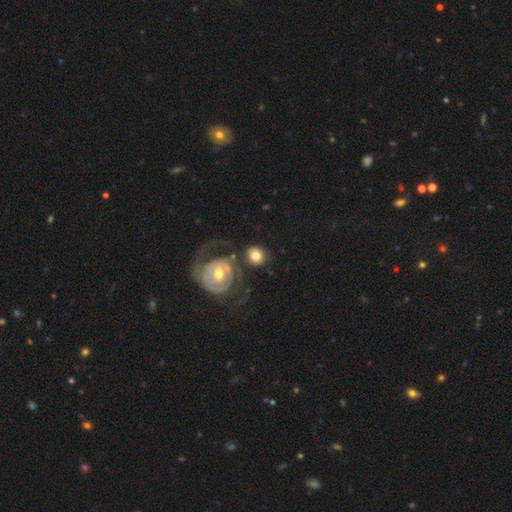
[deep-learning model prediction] Smooth or featured? Predicted: smooth (p=0.67). How rounded? Predicted: round (p=0.76). Merging? Predicted: none (p=0.53).